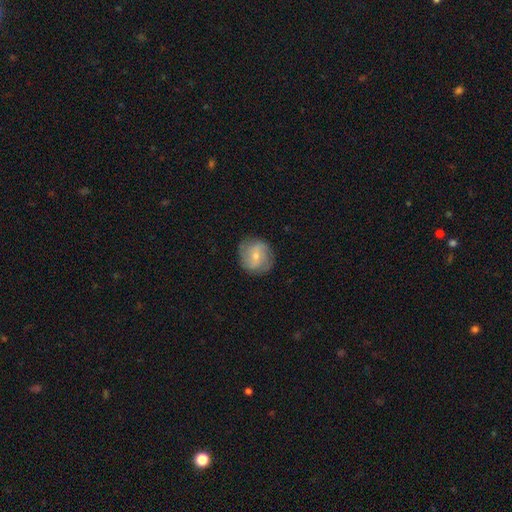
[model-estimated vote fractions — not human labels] This appears to be a smooth galaxy with no disk features (47%). Merging: none (80%).